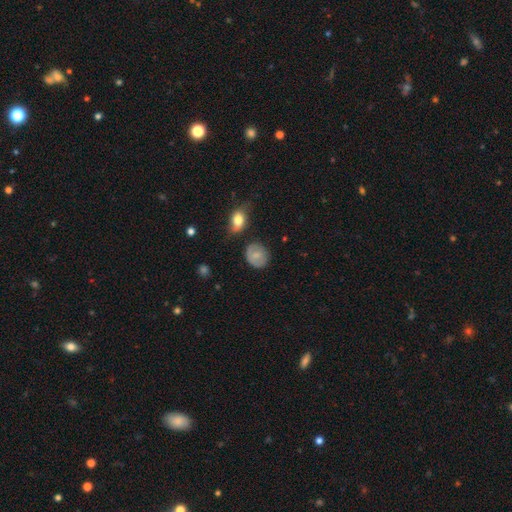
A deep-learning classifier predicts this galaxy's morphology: A smooth galaxy with no disk features (70%) that is round (64%).

Vote fractions:
- Smooth or featured? smooth: 70% / featured or disk: 22% / star or artifact: 8%
- How rounded? round: 64% / in between: 35% / cigar-shaped: 1%
- Merging? none: 71% / minor disturbance: 20% / major disturbance: 6% / merger: 3%